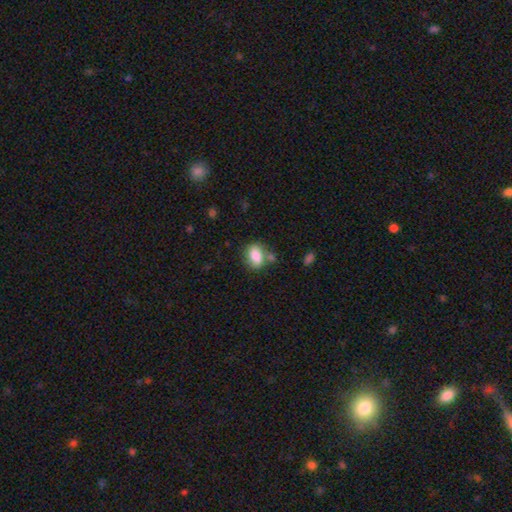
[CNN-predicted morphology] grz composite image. It shows a smooth galaxy with no disk features (82%) that is in between round and cigar-shaped (76%). Merging: none (59%).